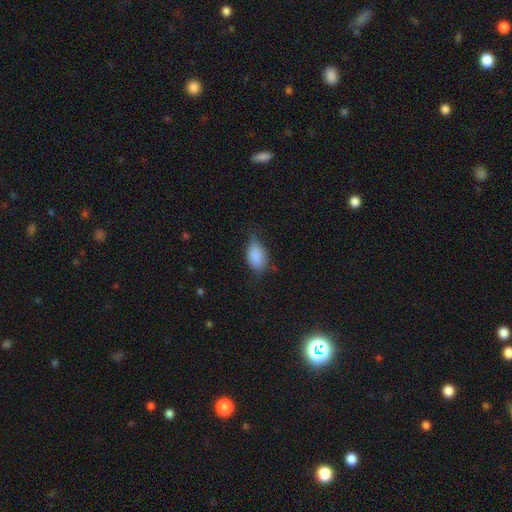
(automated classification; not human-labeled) Smooth or featured? Predicted: smooth (p=0.85). How rounded? Predicted: in between (p=0.89). Merging? Predicted: none (p=0.52).